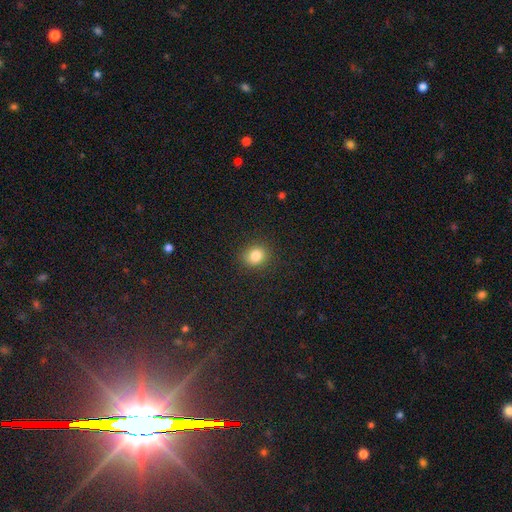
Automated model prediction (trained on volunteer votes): The model was most divided on "how rounded": round: 73%, in between: 26%, cigar-shaped: 1%. More confident: merging — none (89%); smooth or featured — smooth (83%).